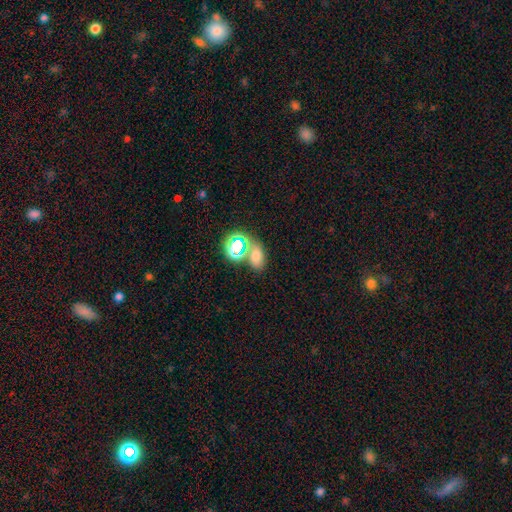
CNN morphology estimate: Smooth or featured: smooth — 61% (star or artifact — 29%)
How rounded: in between — 75% (round — 23%)
Merging: none — 56% (merger — 28%)